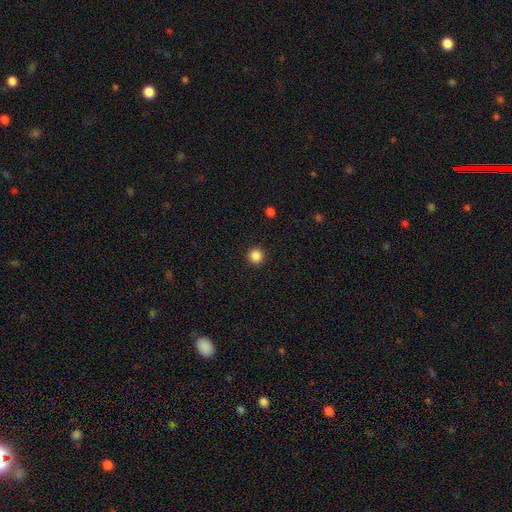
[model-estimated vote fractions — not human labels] Smooth or featured: smooth — 87% (star or artifact — 11%)
How rounded: round — 95% (in between — 4%)
Merging: none — 93% (minor disturbance — 4%)